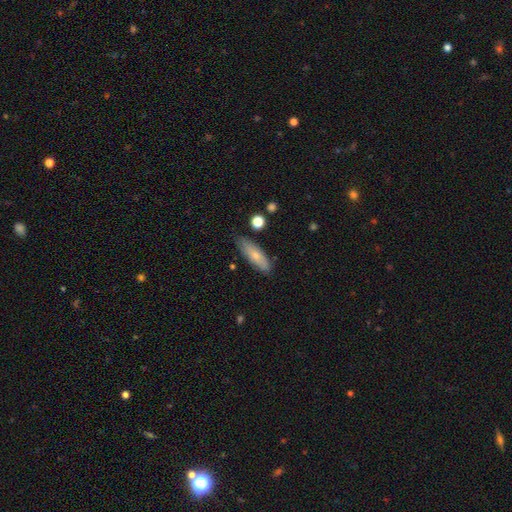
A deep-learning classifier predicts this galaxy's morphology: Smooth or featured?
  - smooth: 67% *
  - featured or disk: 26%
  - star or artifact: 6%
How rounded?
  - in between: 51% *
  - cigar-shaped: 46%
  - round: 3%
Merging?
  - none: 78% *
  - minor disturbance: 17%
  - major disturbance: 3%
  - merger: 2%